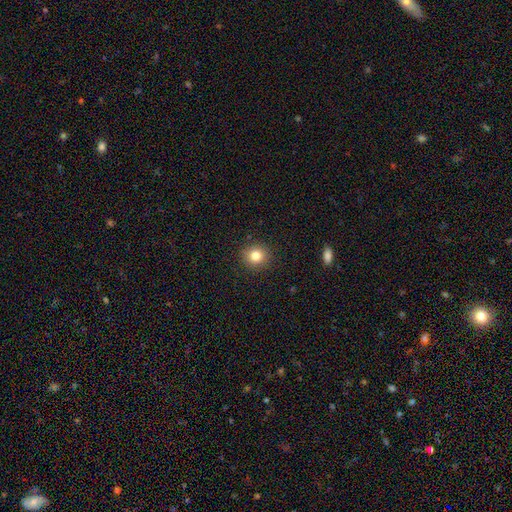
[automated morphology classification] smooth 81%, star or artifact 12%, featured or disk 7%. Down the decision tree: how rounded — round (89%); merging — none (91%).